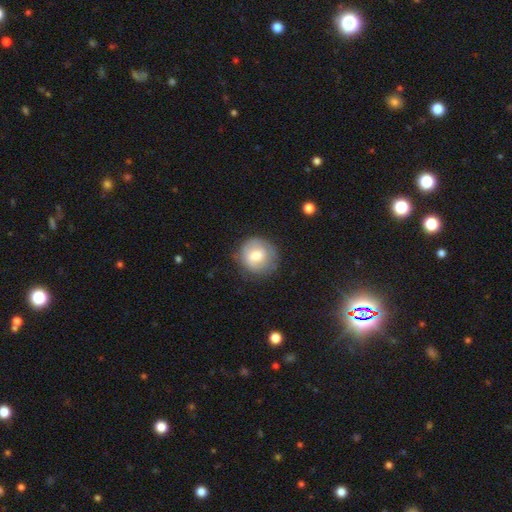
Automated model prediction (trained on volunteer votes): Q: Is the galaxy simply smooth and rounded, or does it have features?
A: smooth — 67%.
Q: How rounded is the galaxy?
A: round — 89%.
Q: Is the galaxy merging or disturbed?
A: none — 75%.